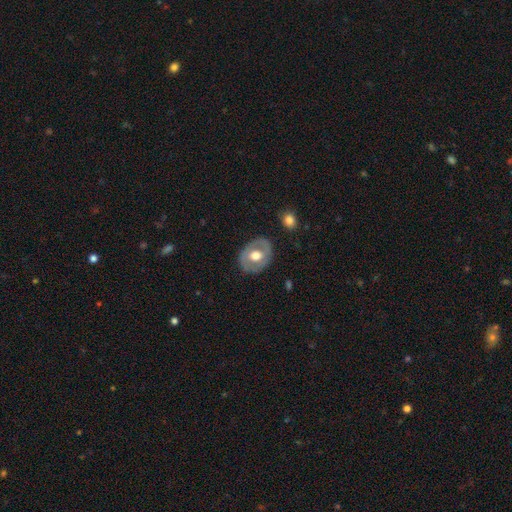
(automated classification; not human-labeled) smooth-or-featured: featured or disk: 51% | smooth: 43% | star or artifact: 6%
  disk-edge-on: no: 94% | yes: 6%
  merging: none: 80% | minor disturbance: 14% | major disturbance: 5% | merger: 1%